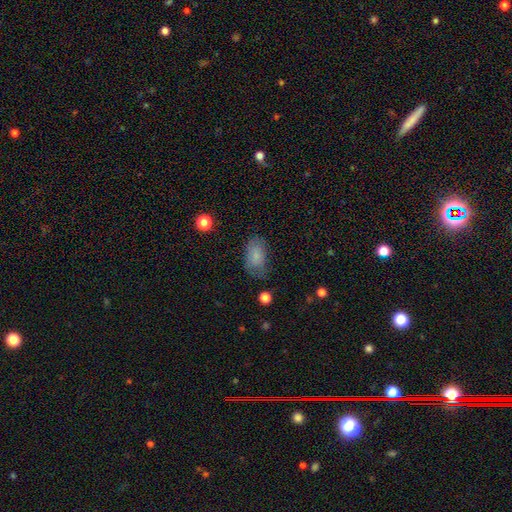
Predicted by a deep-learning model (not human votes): A smooth galaxy with no disk features (76%) that is in between round and cigar-shaped (90%).

Vote fractions:
- Smooth or featured? smooth: 76% / featured or disk: 15% / star or artifact: 9%
- How rounded? in between: 90% / round: 8% / cigar-shaped: 2%
- Merging? none: 60% / minor disturbance: 27% / major disturbance: 11% / merger: 2%